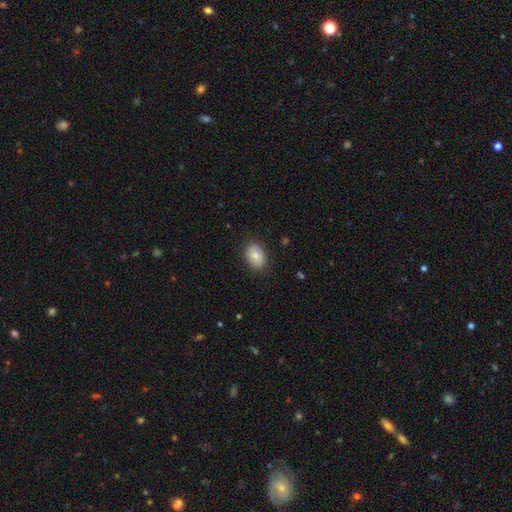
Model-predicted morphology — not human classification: Smooth or featured?
  - smooth: 83% *
  - featured or disk: 10%
  - star or artifact: 7%
How rounded?
  - in between: 85% *
  - round: 13%
  - cigar-shaped: 1%
Merging?
  - none: 84% *
  - minor disturbance: 12%
  - major disturbance: 3%
  - merger: 1%